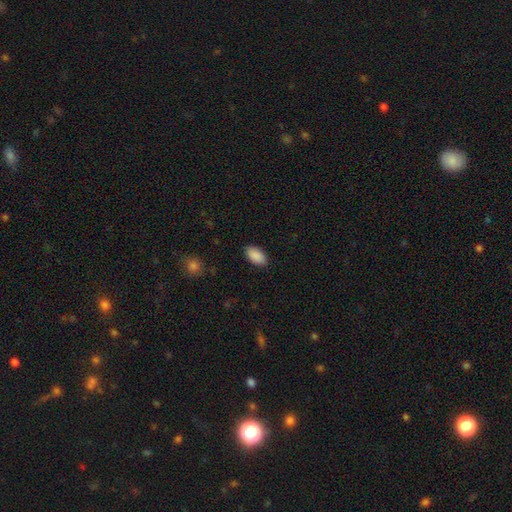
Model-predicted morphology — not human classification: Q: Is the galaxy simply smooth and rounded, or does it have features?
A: smooth — 91%.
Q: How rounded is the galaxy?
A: in between — 95%.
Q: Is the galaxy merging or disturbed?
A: none — 88%.